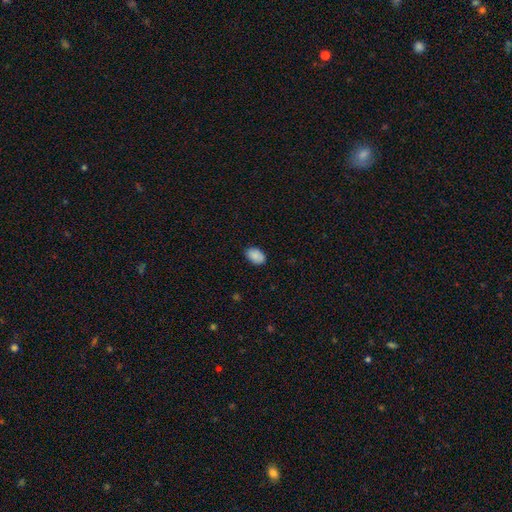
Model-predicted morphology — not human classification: A smooth galaxy with no disk features (86%) that is in between round and cigar-shaped (86%). Merging: none (83%).